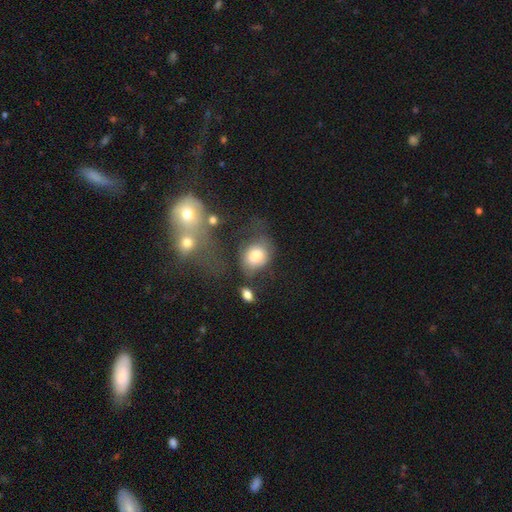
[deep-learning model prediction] The model was most divided on "how rounded": round: 54%, in between: 45%, cigar-shaped: 1%. Remaining: smooth or featured — smooth (76%); merging — none (39%).